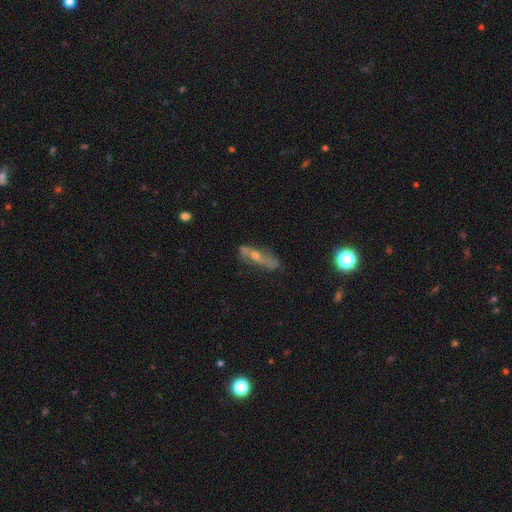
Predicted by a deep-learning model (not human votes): This is likely a featured or disk galaxy (65%). It is possibly viewed edge-on (52%). Merging: likely none (69%).